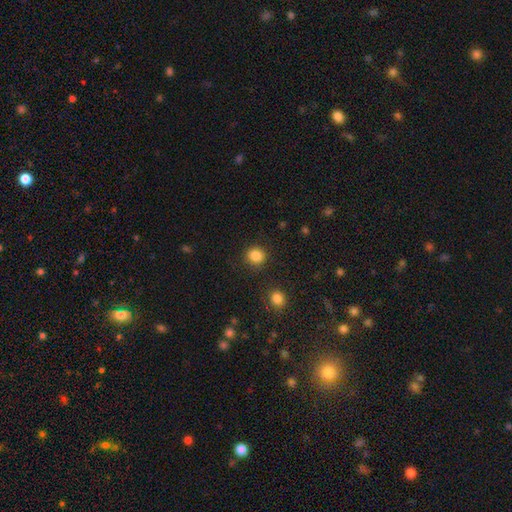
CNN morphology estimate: Smooth or featured? smooth (86%)
How rounded? round (85%)
Merging? none (87%)